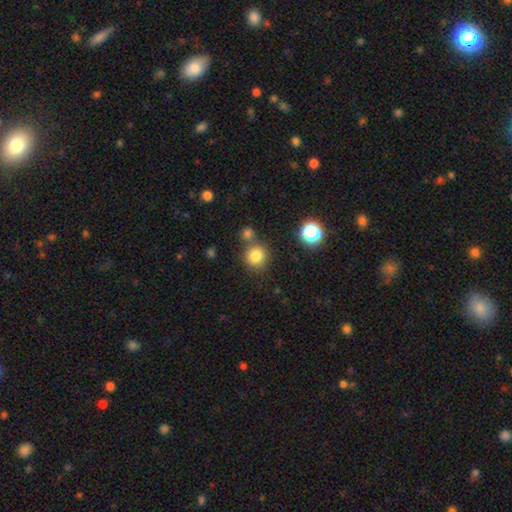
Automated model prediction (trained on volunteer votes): A smooth galaxy with no disk features (81%) that is round (92%). Merging: none (72%).